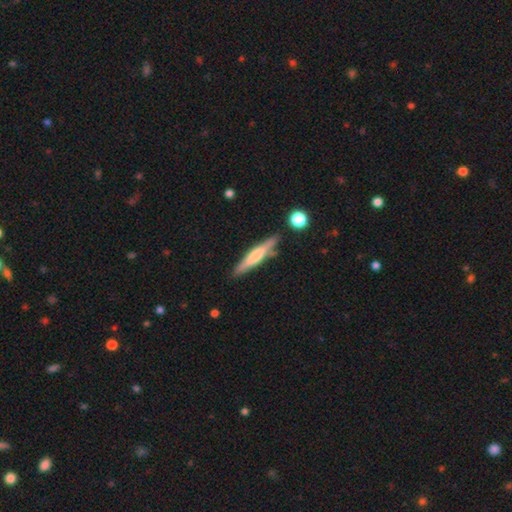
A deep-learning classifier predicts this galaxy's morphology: This is possibly a smooth galaxy (51%). How rounded: clearly cigar-shaped (90%). Merging: likely none (77%).